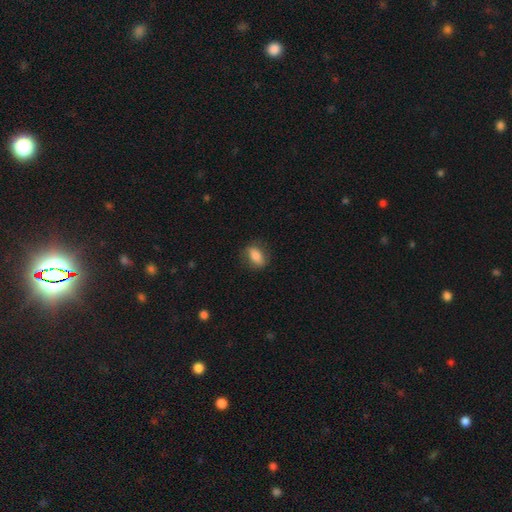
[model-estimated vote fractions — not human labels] Morphology: type=smooth (79%); roundness=in between (81%); merging=none (79%).